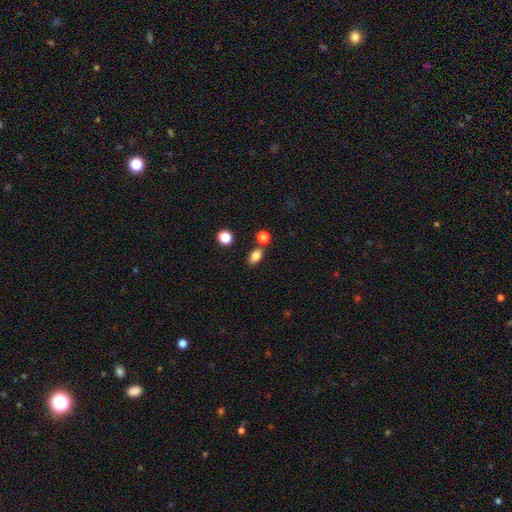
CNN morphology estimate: This is clearly a smooth galaxy (83%). How rounded: clearly in between (80%). Merging: likely none (73%).